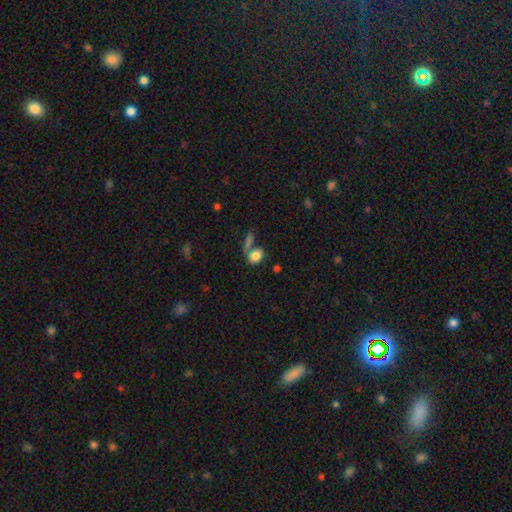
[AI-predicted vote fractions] Q: Smooth or featured?
A: smooth (83%); runner-up: star or artifact (9%)
Q: How rounded?
A: in between (73%); runner-up: round (24%)
Q: Merging?
A: none (50%); runner-up: merger (31%)